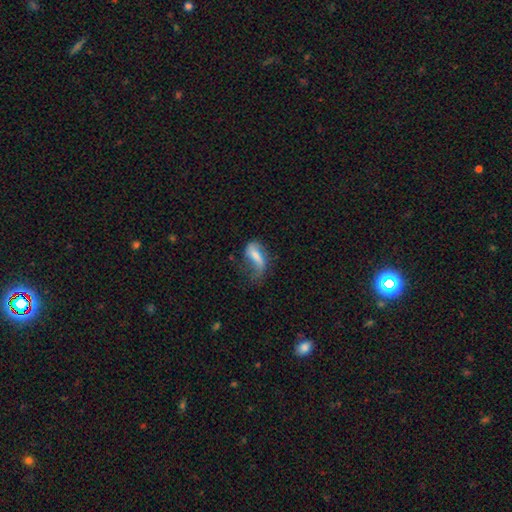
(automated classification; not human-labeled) Smooth or featured?
  - smooth: 51% *
  - featured or disk: 41%
  - star or artifact: 8%
How rounded?
  - in between: 77% *
  - cigar-shaped: 19%
  - round: 5%
Merging?
  - major disturbance: 38% *
  - none: 30%
  - minor disturbance: 30%
  - merger: 3%